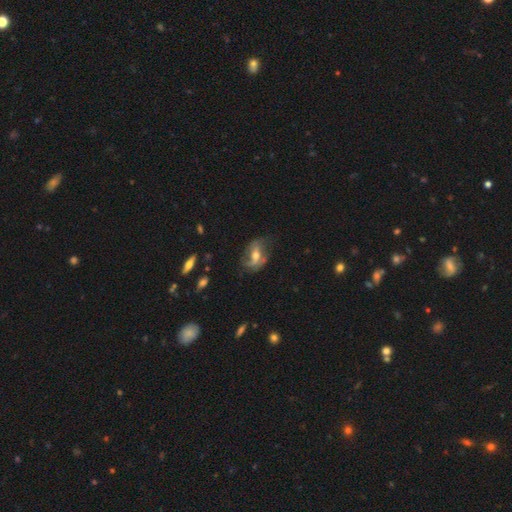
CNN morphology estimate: A featured or disk galaxy (67%) with a weak bar (38%), spiral arms (77%) and a moderate central bulge (65%).

Vote fractions:
- Smooth or featured? featured or disk: 67% / smooth: 25% / star or artifact: 8%
- Edge-on disk? no: 90% / yes: 10%
- Bar? weak: 38% / strong: 31% / no: 31%
- Spiral arms? yes: 77% / no: 23%
- Bulge size? moderate: 65% / small: 24% / large: 7% / none: 2% / dominant: 1%
- Merging? none: 55% / minor disturbance: 25% / major disturbance: 18% / merger: 2%